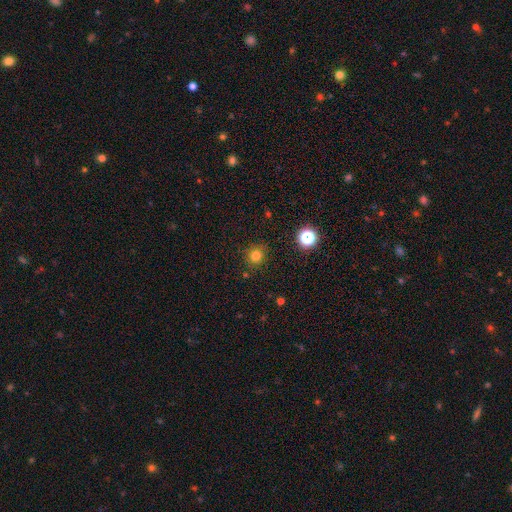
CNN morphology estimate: Smooth or featured: smooth — 78% (star or artifact — 17%)
How rounded: round — 88% (in between — 11%)
Merging: none — 87% (minor disturbance — 8%)